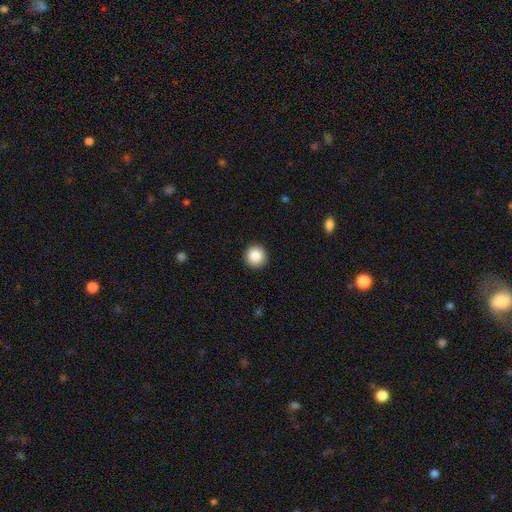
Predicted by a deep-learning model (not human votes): This appears to be a smooth galaxy with no disk features (87%) that is round (96%). Merging: none (93%).